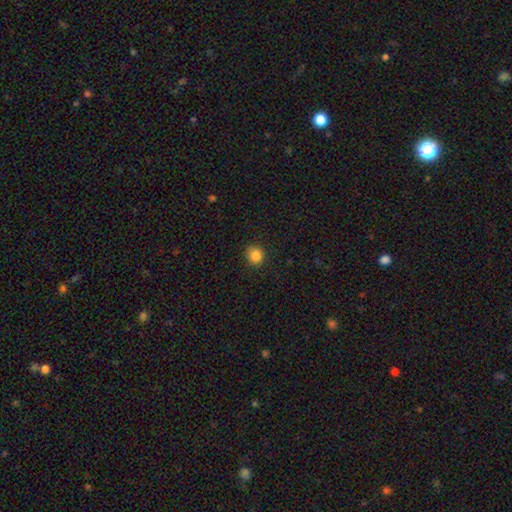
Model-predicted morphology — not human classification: This appears to be a smooth galaxy with no disk features (85%) that is round (86%). Merging: none (87%).